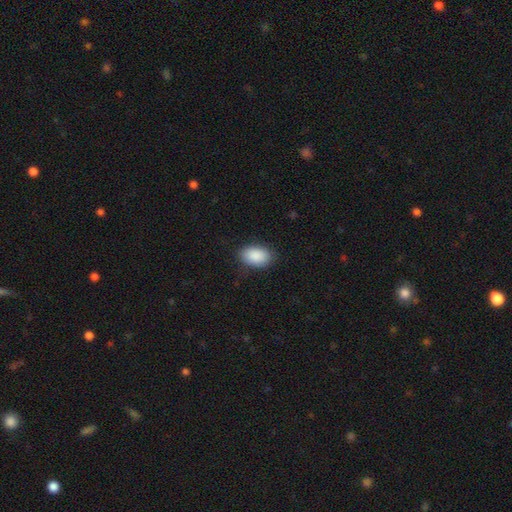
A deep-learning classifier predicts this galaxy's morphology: Smooth or featured? smooth (90%)
How rounded? in between (89%)
Merging? none (84%)